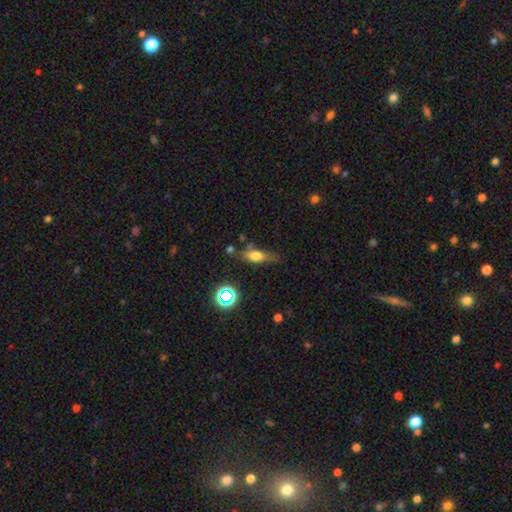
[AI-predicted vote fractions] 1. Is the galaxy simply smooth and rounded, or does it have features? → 56% smooth, 31% featured or disk, 14% star or artifact.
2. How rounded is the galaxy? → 55% in between, 36% cigar-shaped, 9% round.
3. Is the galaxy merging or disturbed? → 59% none, 26% minor disturbance, 9% major disturbance, 6% merger.